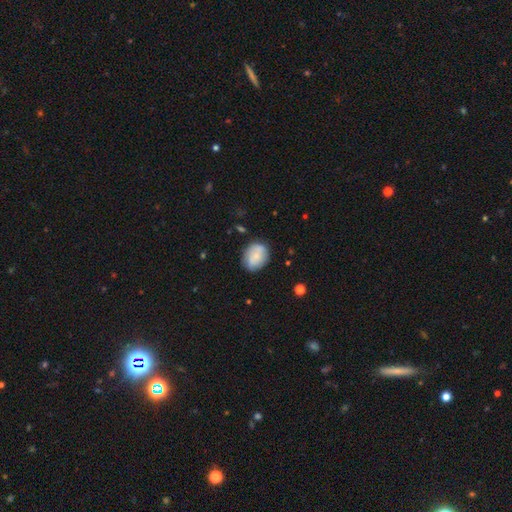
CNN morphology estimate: Smooth or featured? Predicted: smooth (p=0.65). How rounded? Predicted: in between (p=0.52). Merging? Predicted: none (p=0.66).